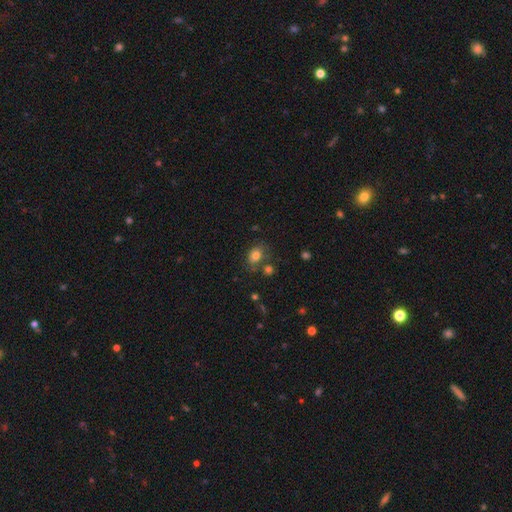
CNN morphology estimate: smooth_or_featured: smooth (p=0.79) [alt: star or artifact p=0.11]
how_rounded: in between (p=0.68) [alt: round p=0.31]
merging: none (p=0.64) [alt: minor disturbance p=0.18]